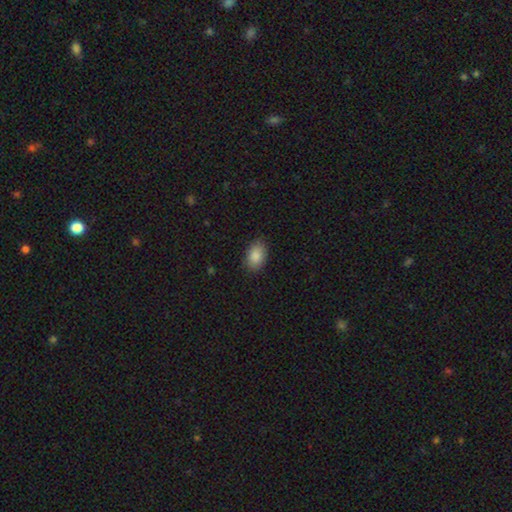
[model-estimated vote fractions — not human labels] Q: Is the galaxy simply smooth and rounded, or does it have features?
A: smooth — 88%.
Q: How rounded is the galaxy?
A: in between — 89%.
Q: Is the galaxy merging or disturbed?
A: none — 85%.